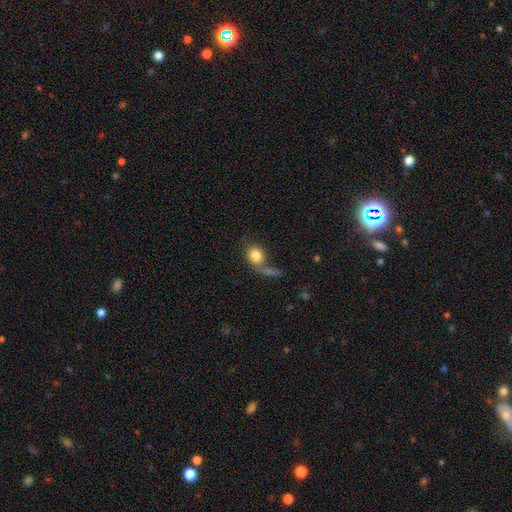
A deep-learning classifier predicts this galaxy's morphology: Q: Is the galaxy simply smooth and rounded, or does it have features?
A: smooth — 79%.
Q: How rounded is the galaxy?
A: round — 67%.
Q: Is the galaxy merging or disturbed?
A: merger — 36%.